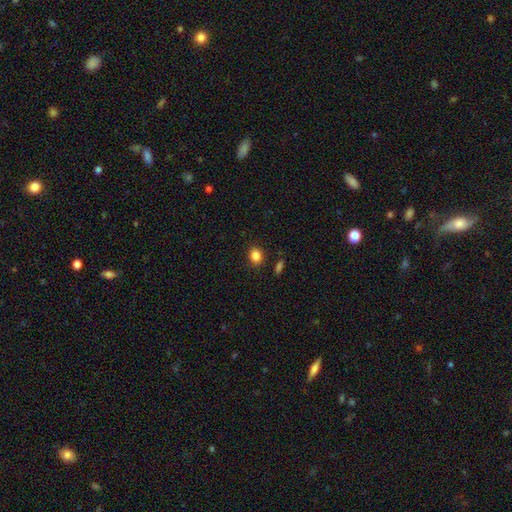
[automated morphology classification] smooth_or_featured: smooth (p=0.85) [alt: star or artifact p=0.11]
how_rounded: round (p=0.53) [alt: in between p=0.46]
merging: none (p=0.87) [alt: minor disturbance p=0.08]